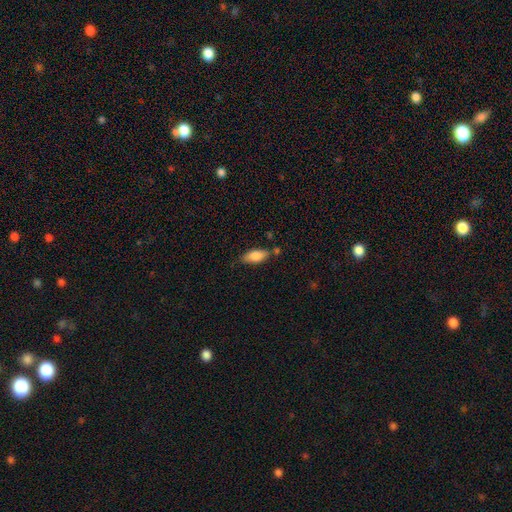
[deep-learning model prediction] Smooth or featured?
  - smooth: 83% *
  - featured or disk: 10%
  - star or artifact: 7%
How rounded?
  - in between: 84% *
  - cigar-shaped: 14%
  - round: 2%
Merging?
  - none: 67% *
  - minor disturbance: 20%
  - merger: 9%
  - major disturbance: 4%